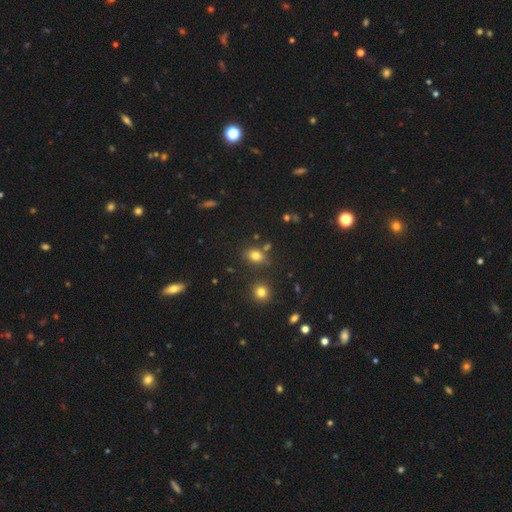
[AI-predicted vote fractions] Smooth or featured?
  - smooth: 78% *
  - star or artifact: 14%
  - featured or disk: 8%
How rounded?
  - in between: 65% *
  - round: 33%
  - cigar-shaped: 2%
Merging?
  - none: 70% *
  - minor disturbance: 15%
  - merger: 11%
  - major disturbance: 5%